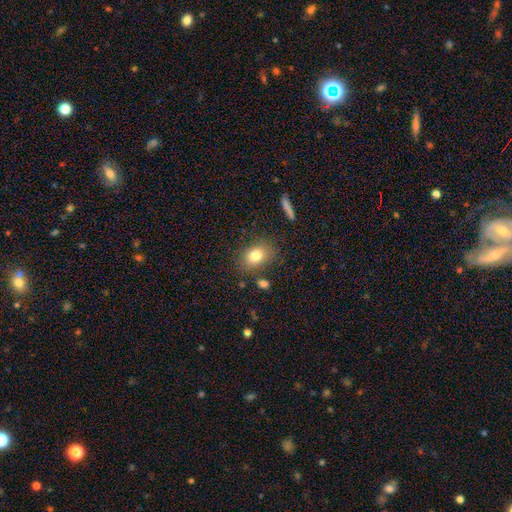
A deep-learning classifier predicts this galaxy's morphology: This appears to be a smooth galaxy with no disk features (79%) that is in between round and cigar-shaped (69%). Merging: none (78%).